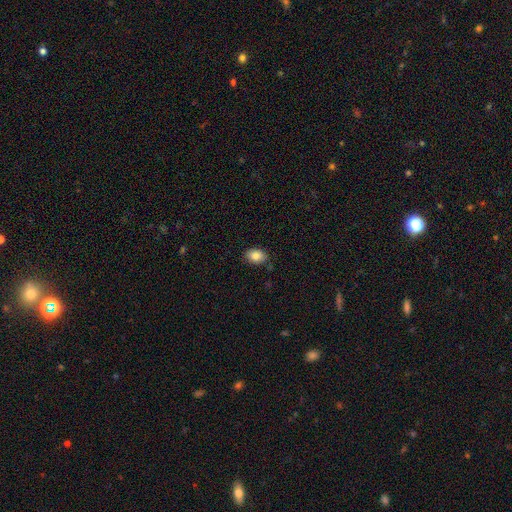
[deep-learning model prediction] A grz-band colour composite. It shows a smooth galaxy with no disk features (86%) that is in between round and cigar-shaped (81%). Merging: none (83%).